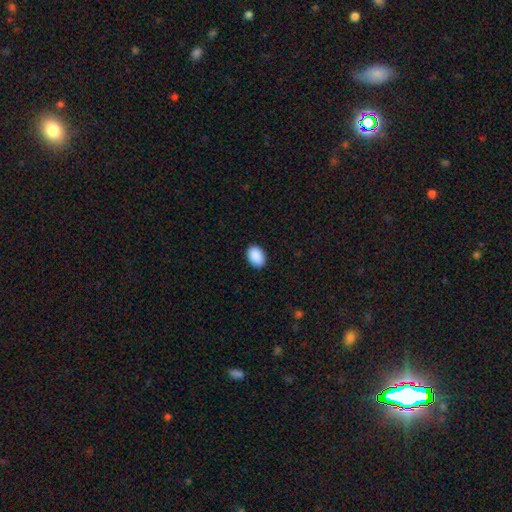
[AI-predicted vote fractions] smooth-or-featured: smooth: 91% | star or artifact: 7% | featured or disk: 2%
  how-rounded: in between: 83% | round: 16% | cigar-shaped: 1%
  merging: none: 89% | minor disturbance: 9% | major disturbance: 2% | merger: 1%